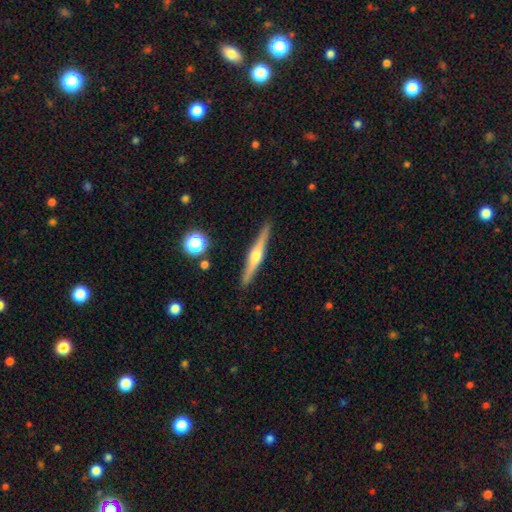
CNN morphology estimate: A featured or disk galaxy (76%) viewed edge-on (98%) with a rounded central bulge (92%). Merging: none (91%).